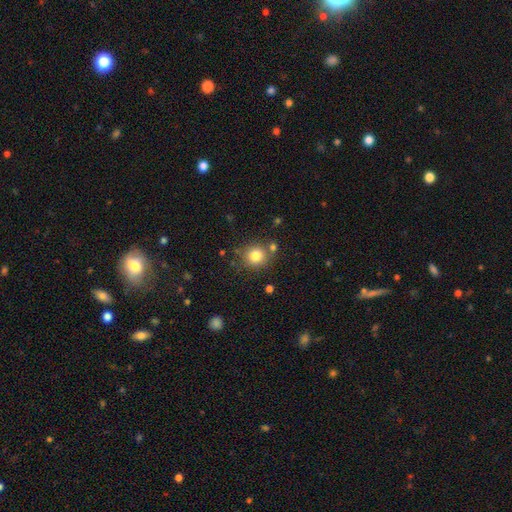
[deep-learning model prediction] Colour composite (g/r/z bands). It shows a smooth galaxy with no disk features (81%) that is round (87%). Merging: none (76%).